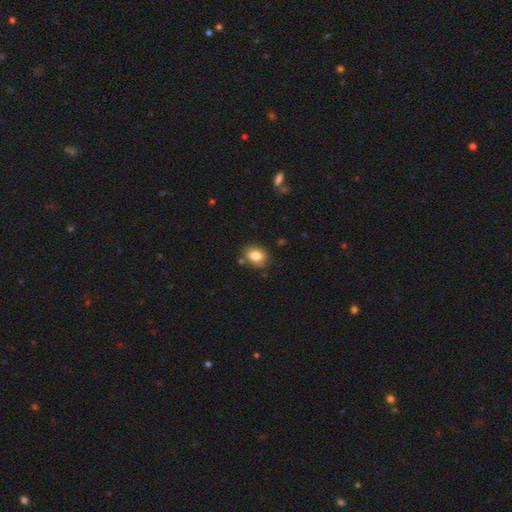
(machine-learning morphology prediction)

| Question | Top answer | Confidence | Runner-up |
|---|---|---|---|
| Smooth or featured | smooth | 82% | featured or disk (9%) |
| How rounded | in between | 65% | round (34%) |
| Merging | none | 79% | minor disturbance (14%) |